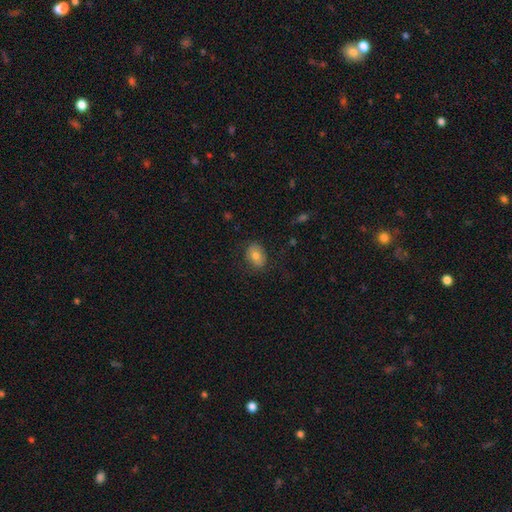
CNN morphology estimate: Smooth or featured: smooth — 74% (featured or disk — 17%)
How rounded: in between — 71% (round — 28%)
Merging: none — 80% (minor disturbance — 14%)